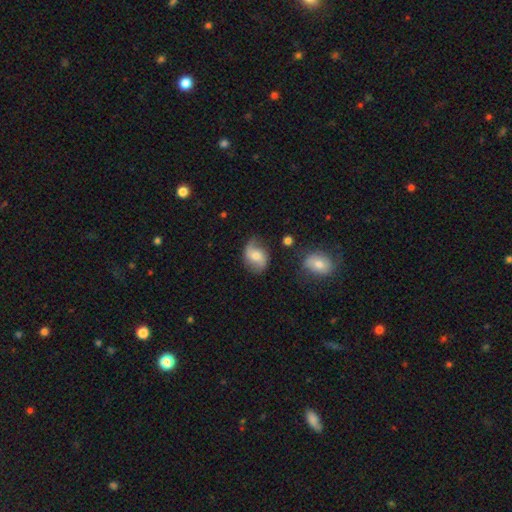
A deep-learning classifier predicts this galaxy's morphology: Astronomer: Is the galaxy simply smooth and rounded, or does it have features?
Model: featured or disk — 58% (runner-up: smooth, 34%).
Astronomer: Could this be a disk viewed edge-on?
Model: no — 96%.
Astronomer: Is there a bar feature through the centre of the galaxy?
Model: no — 52% (runner-up: weak, 38%).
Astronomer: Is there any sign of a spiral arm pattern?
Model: yes — 89%.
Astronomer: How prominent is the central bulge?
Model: moderate — 56% (runner-up: small, 33%).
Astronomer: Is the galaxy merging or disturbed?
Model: none — 68%.